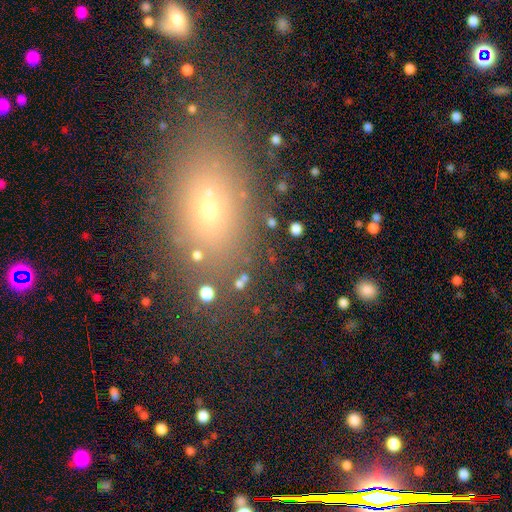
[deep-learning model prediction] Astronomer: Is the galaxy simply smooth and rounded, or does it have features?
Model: smooth — 61%.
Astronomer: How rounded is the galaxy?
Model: in between — 81%.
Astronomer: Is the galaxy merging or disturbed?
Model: none — 81%.